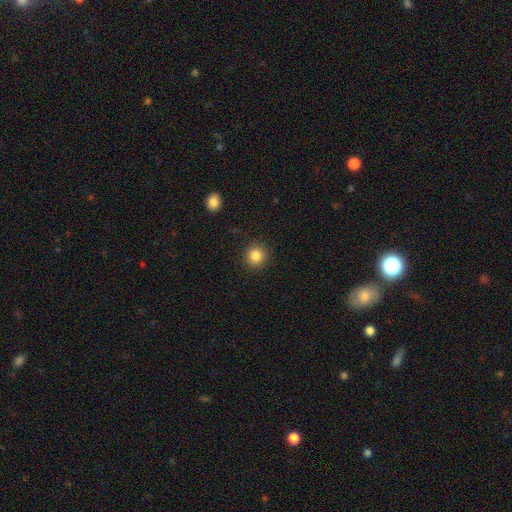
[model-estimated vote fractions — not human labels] Smooth or featured: smooth — 85% (star or artifact — 11%)
How rounded: round — 92% (in between — 7%)
Merging: none — 91% (minor disturbance — 6%)